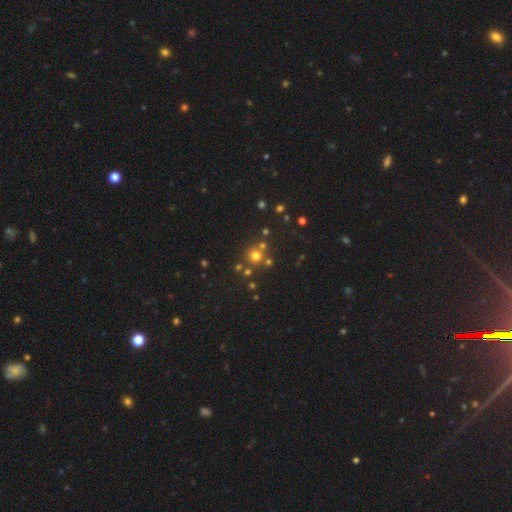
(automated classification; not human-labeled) smooth 64%, star or artifact 25%, featured or disk 10%. Down the decision tree: how rounded — round (92%); merging — none (71%).